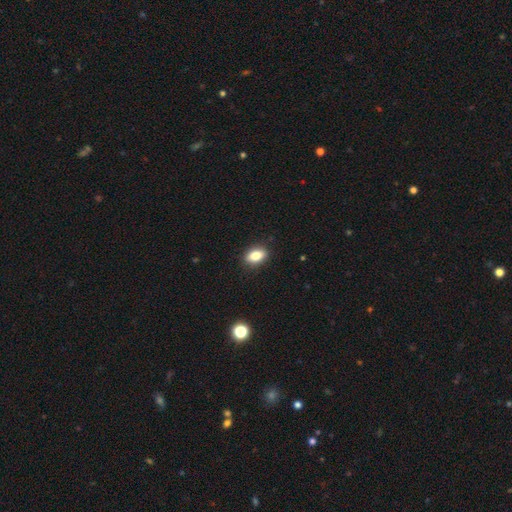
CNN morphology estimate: Q: Smooth or featured?
A: smooth (83%); runner-up: star or artifact (9%)
Q: How rounded?
A: in between (84%); runner-up: round (13%)
Q: Merging?
A: none (87%); runner-up: minor disturbance (9%)